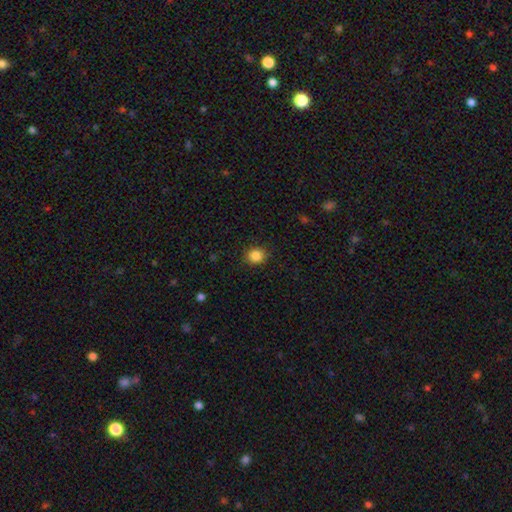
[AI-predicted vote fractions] Morphology: type=smooth (86%); roundness=round (79%); merging=none (88%).